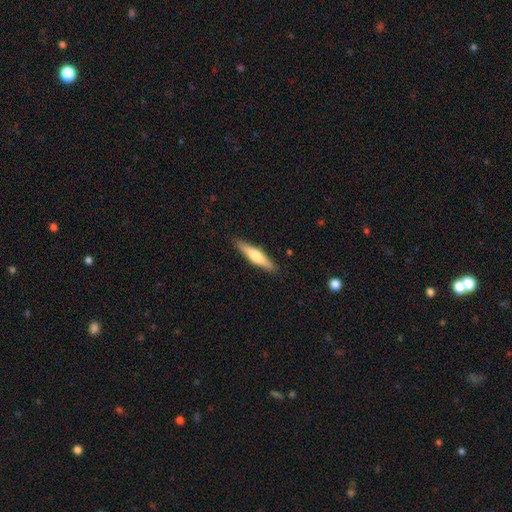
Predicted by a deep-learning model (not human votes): This appears to be a smooth galaxy with no disk features (56%) that is cigar-shaped (82%). Merging: none (89%).